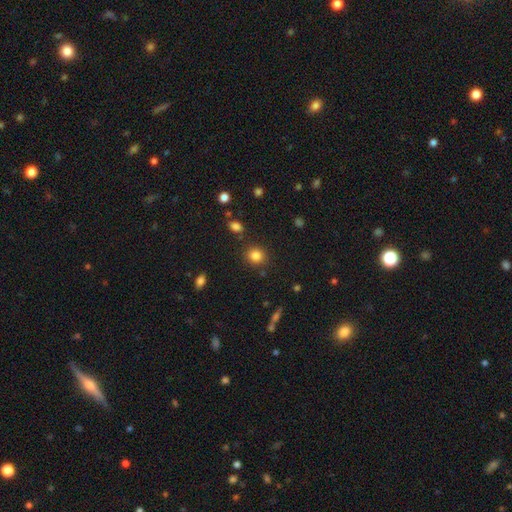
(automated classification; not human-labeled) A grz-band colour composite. It shows a smooth galaxy with no disk features (83%) that is round (83%). Merging: none (86%).